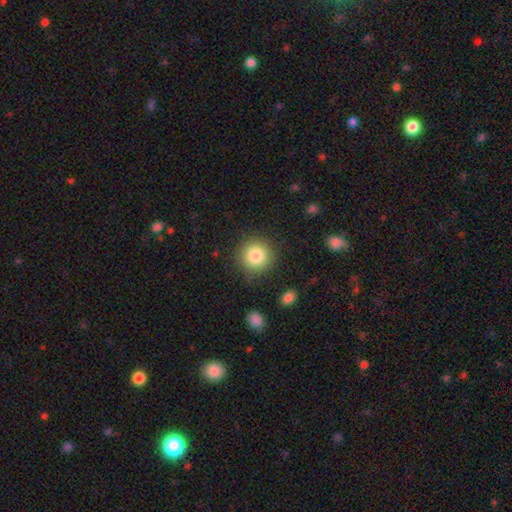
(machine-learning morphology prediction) The model was most divided on "smooth or featured": smooth: 84%, star or artifact: 10%, featured or disk: 7%. More confident: how rounded — round (93%); merging — none (85%).